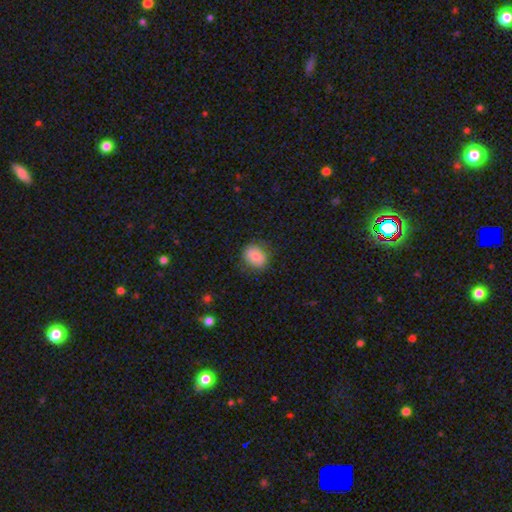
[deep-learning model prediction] A smooth galaxy with no disk features (80%) that is round (57%). Merging: none (79%).